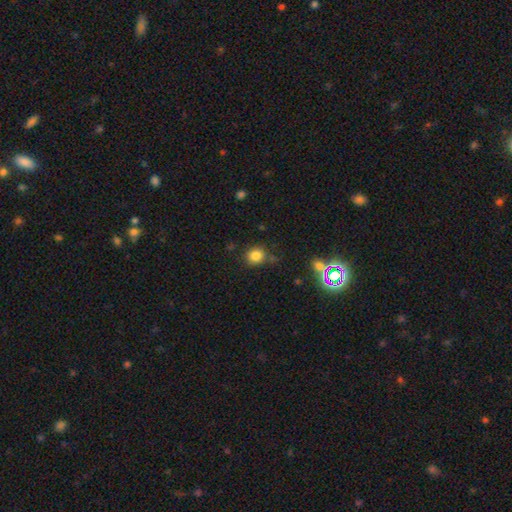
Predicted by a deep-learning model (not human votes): Morphology: type=smooth (80%); roundness=round (81%); merging=none (77%).